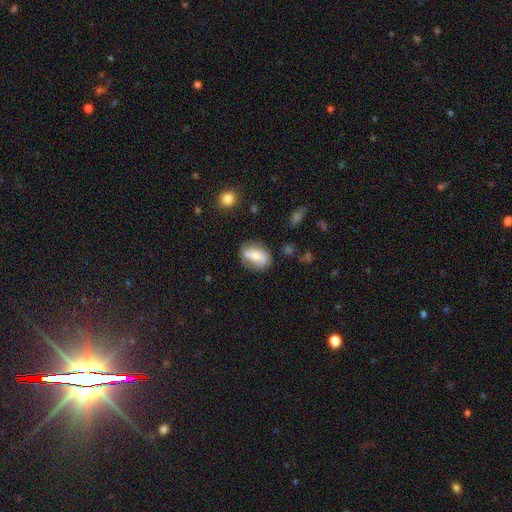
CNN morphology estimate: A smooth galaxy with no disk features (53%) that is in between round and cigar-shaped (79%). Merging: none (65%).